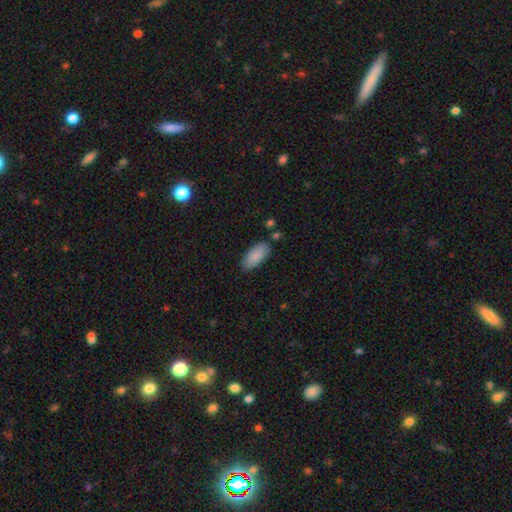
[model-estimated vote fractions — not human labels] smooth 88%, star or artifact 6%, featured or disk 6%. Down the decision tree: how rounded — in between (87%); merging — none (83%).